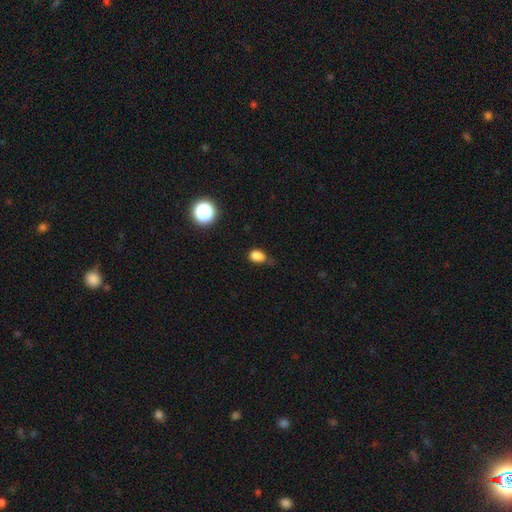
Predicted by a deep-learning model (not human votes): This appears to be a smooth galaxy with no disk features (82%) that is in between round and cigar-shaped (66%). Merging: none (43%).